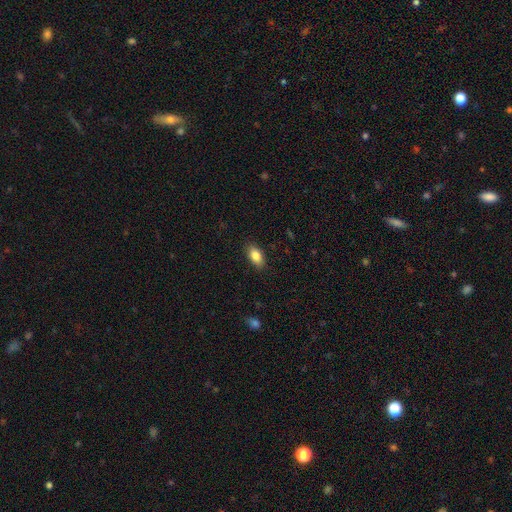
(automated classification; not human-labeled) Morphology: type=smooth (84%); roundness=in between (90%); merging=none (87%).